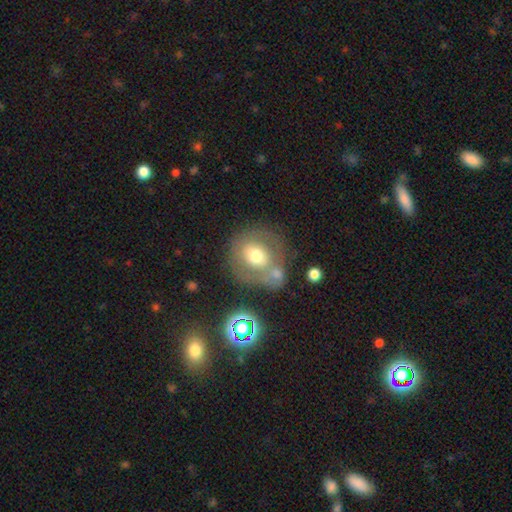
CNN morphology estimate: Smooth or featured? smooth (59%)
How rounded? round (84%)
Merging? none (52%)